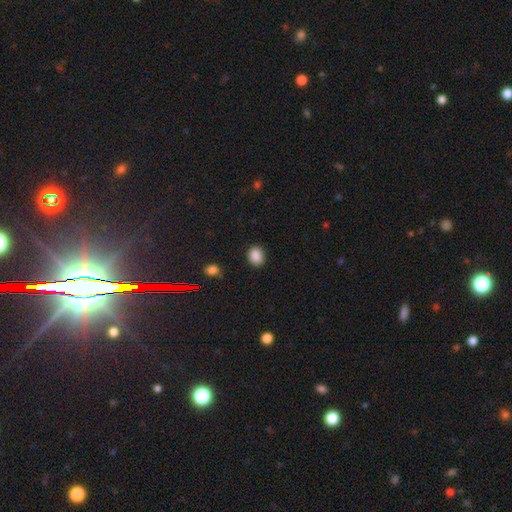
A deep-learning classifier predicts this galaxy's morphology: The model was most divided on "how rounded": in between: 54%, round: 45%, cigar-shaped: 1%. More confident: smooth or featured — smooth (87%); merging — none (86%).